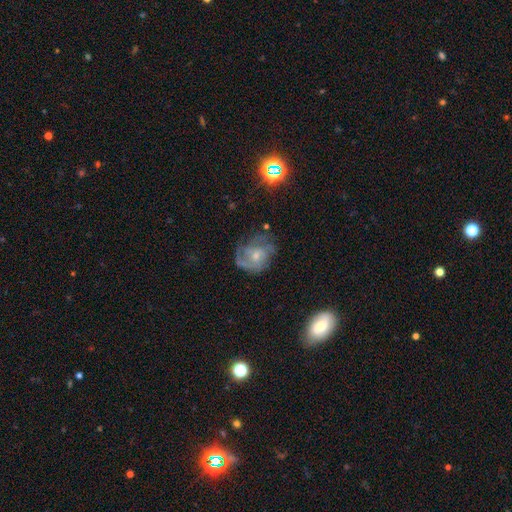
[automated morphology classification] Overall: featured or disk (74%). Edge-on disk: no (98%). Bar: no (72%). Spiral arms: yes (89%). Spiral arm count: can't tell (33%; 3 25%). Spiral winding: tight (44%; medium 41%). Bulge size: small (51%; moderate 42%). Merging: none (57%; minor disturbance 23%).